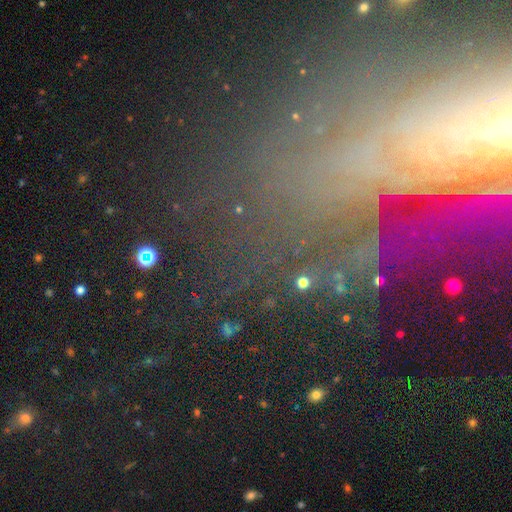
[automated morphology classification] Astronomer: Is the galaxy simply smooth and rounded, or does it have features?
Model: star or artifact — 45% (runner-up: featured or disk, 34%).